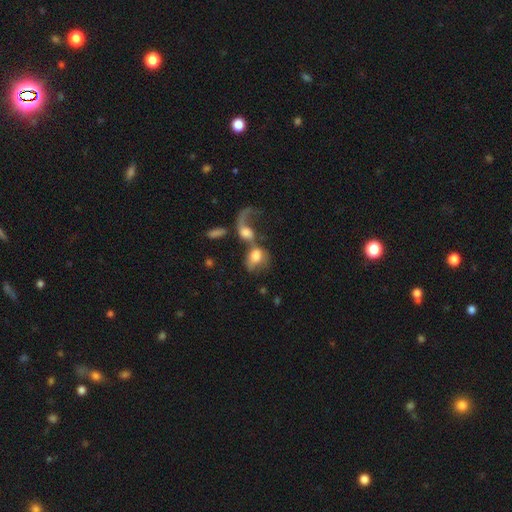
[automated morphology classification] Overall: smooth (52%; featured or disk 38%). How rounded: in between (67%; round 30%). Merging: merger (67%).